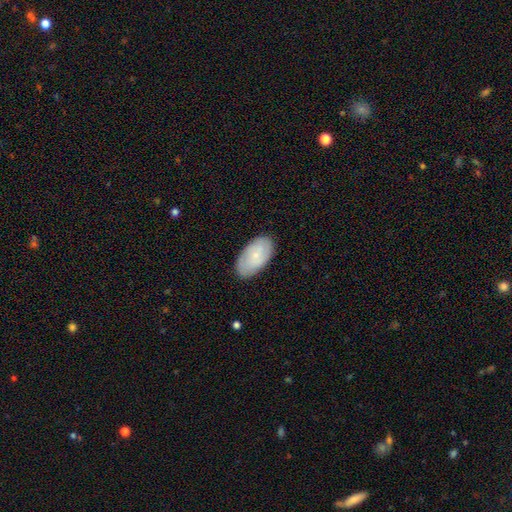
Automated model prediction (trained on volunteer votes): The model was most divided on "smooth or featured": smooth: 65%, featured or disk: 28%, star or artifact: 7%. More confident: how rounded — in between (95%); merging — none (83%).